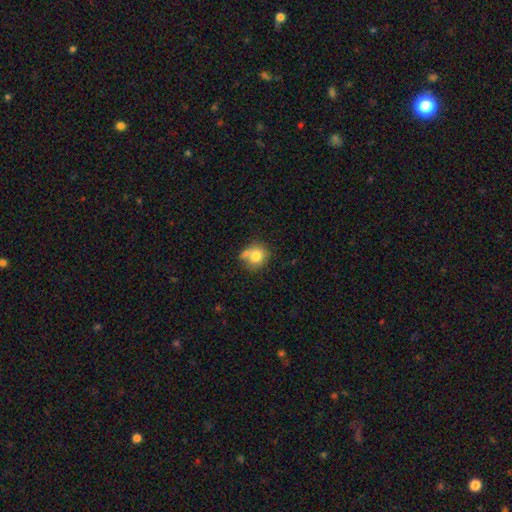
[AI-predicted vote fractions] Morphology: type=smooth (77%); roundness=round (80%); merging=none (51%).